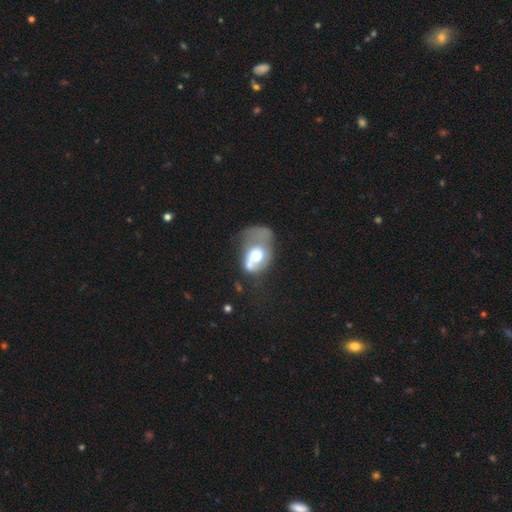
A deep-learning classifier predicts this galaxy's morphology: This appears to be a featured or disk galaxy (45%, tied with smooth). Merging: major disturbance (47%).